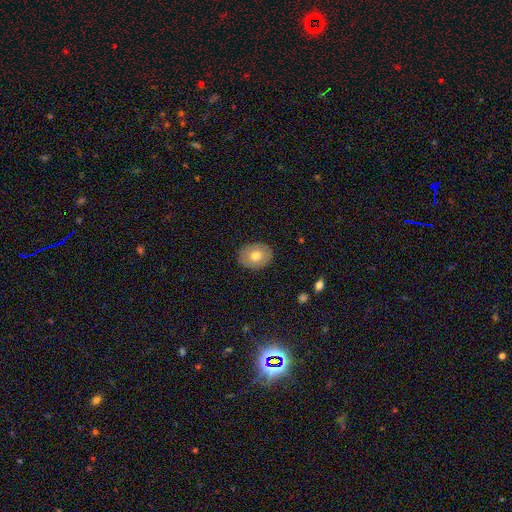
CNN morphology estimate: The model was most divided on "how rounded": in between: 52%, round: 47%, cigar-shaped: 1%. More confident: merging — none (88%); smooth or featured — smooth (71%).